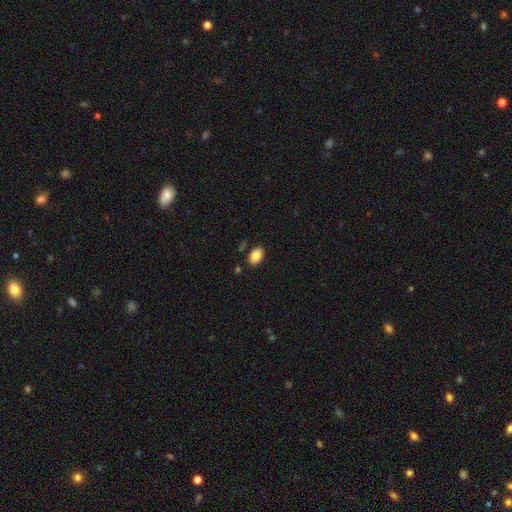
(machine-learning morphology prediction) A smooth galaxy with no disk features (85%) that is in between round and cigar-shaped (89%). Merging: none (84%).